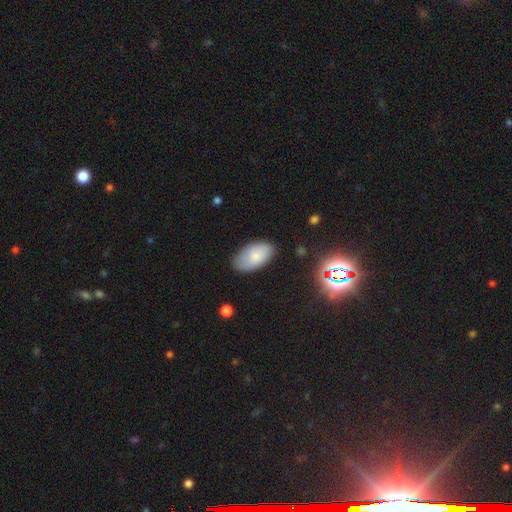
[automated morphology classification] This appears to be a smooth galaxy with no disk features (77%) that is in between round and cigar-shaped (95%). Merging: none (76%).